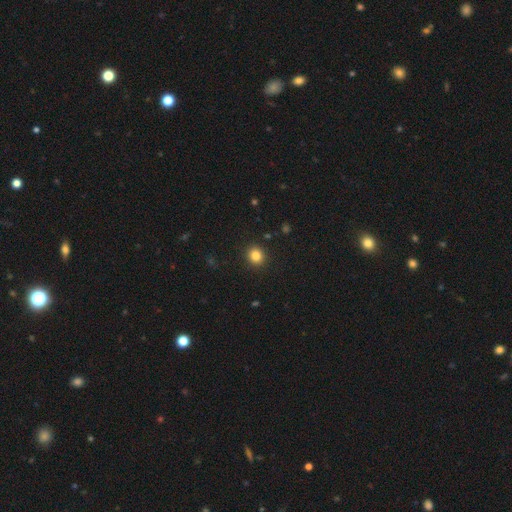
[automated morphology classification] A smooth galaxy with no disk features (83%) that is round (87%).

Vote fractions:
- Smooth or featured? smooth: 83% / star or artifact: 12% / featured or disk: 5%
- How rounded? round: 87% / in between: 12% / cigar-shaped: 1%
- Merging? none: 92% / minor disturbance: 5% / major disturbance: 2% / merger: 1%